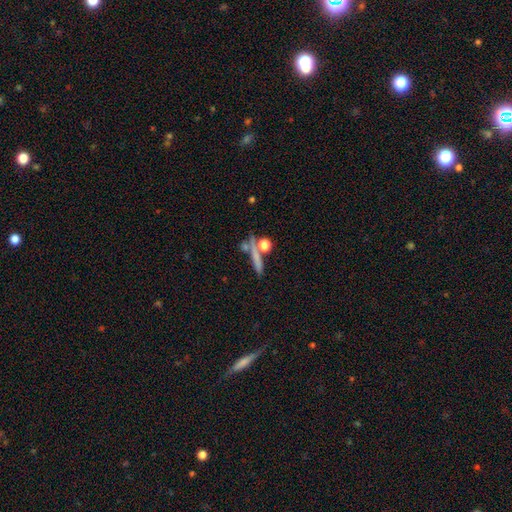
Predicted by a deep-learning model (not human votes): Q: Smooth or featured?
A: smooth (56%); runner-up: featured or disk (26%)
Q: How rounded?
A: cigar-shaped (58%); runner-up: round (27%)
Q: Merging?
A: none (64%); runner-up: merger (19%)